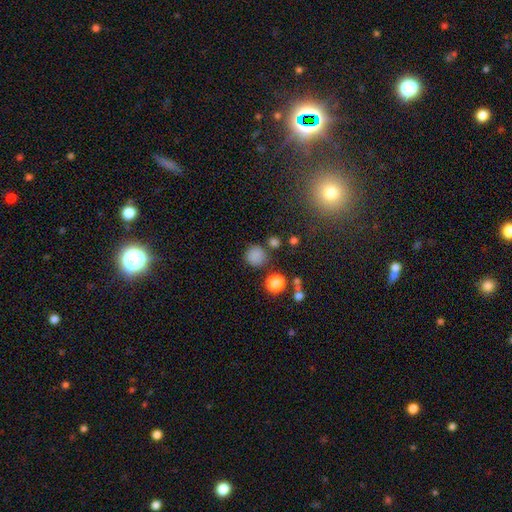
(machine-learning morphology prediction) Overall: smooth (80%). How rounded: round (89%). Merging: none (77%).